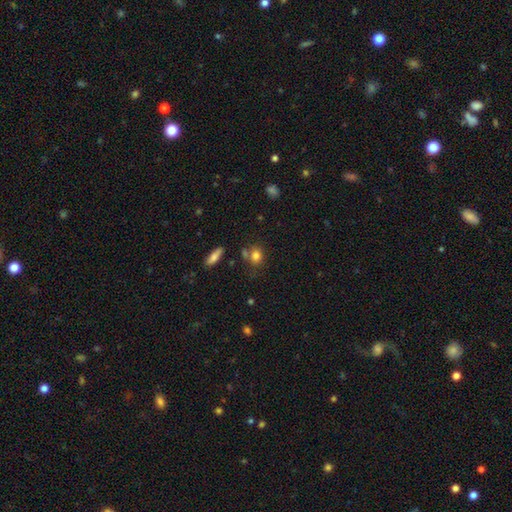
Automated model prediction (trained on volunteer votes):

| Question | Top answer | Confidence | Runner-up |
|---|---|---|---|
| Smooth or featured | smooth | 80% | star or artifact (11%) |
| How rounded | round | 58% | in between (40%) |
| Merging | none | 61% | merger (18%) |